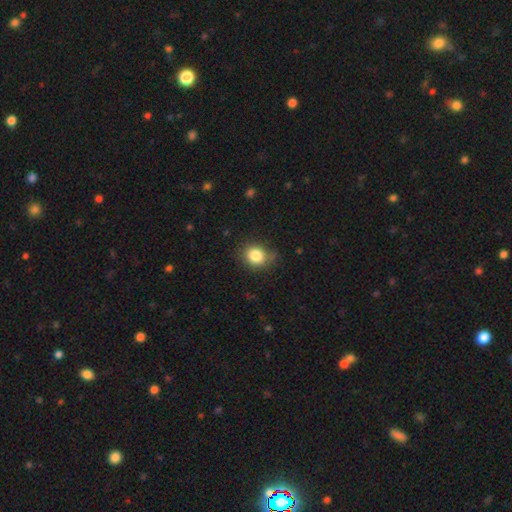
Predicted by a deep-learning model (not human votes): Morphology: type=smooth (83%); roundness=round (67%); merging=none (75%).